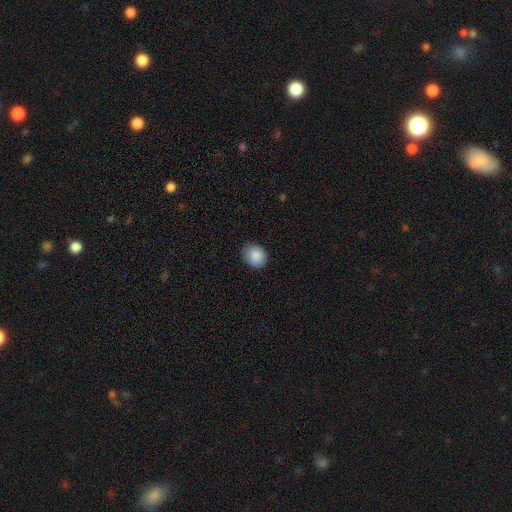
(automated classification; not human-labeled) This is clearly a smooth galaxy (88%). How rounded: possibly round (57%). Merging: clearly none (85%).